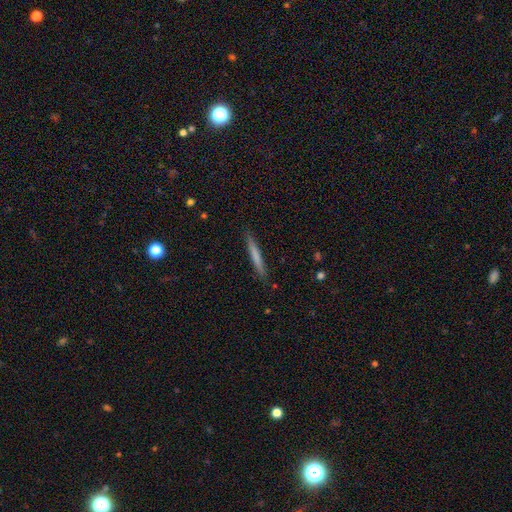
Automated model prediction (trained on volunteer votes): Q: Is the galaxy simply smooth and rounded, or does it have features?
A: smooth — 69%.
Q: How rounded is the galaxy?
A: cigar-shaped — 96%.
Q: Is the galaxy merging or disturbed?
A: none — 90%.